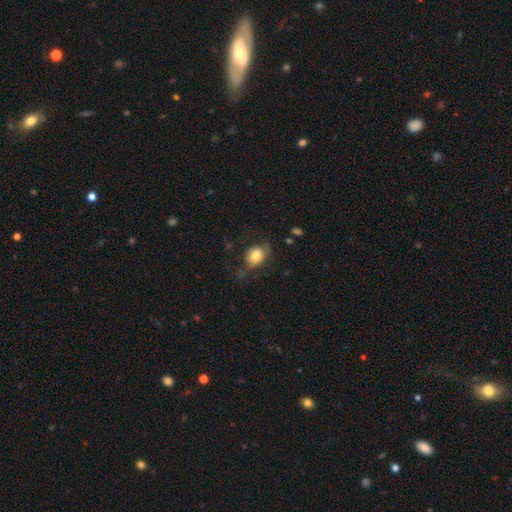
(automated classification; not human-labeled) smooth_or_featured: smooth (p=0.79) [alt: featured or disk p=0.12]
how_rounded: in between (p=0.60) [alt: round p=0.39]
merging: none (p=0.61) [alt: minor disturbance p=0.26]